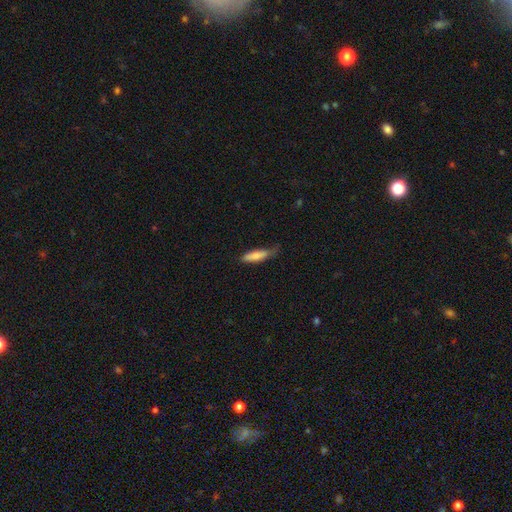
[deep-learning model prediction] Smooth or featured? Predicted: smooth (p=0.80). How rounded? Predicted: cigar-shaped (p=0.66). Merging? Predicted: none (p=0.51).